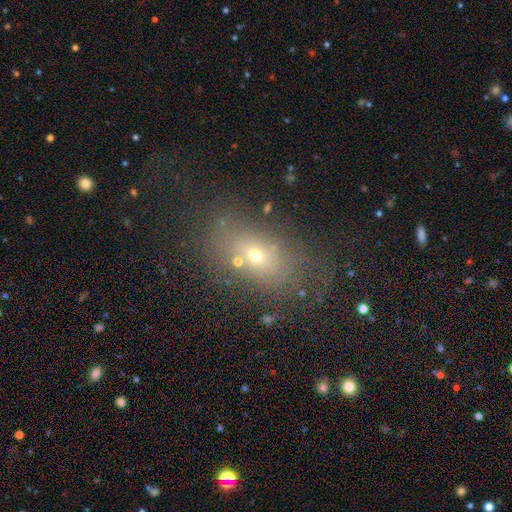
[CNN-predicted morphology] A smooth galaxy with no disk features (59%) that is in between round and cigar-shaped (71%).

Vote fractions:
- Smooth or featured? smooth: 59% / star or artifact: 21% / featured or disk: 19%
- How rounded? in between: 71% / round: 25% / cigar-shaped: 4%
- Merging? none: 64% / minor disturbance: 17% / major disturbance: 12% / merger: 7%